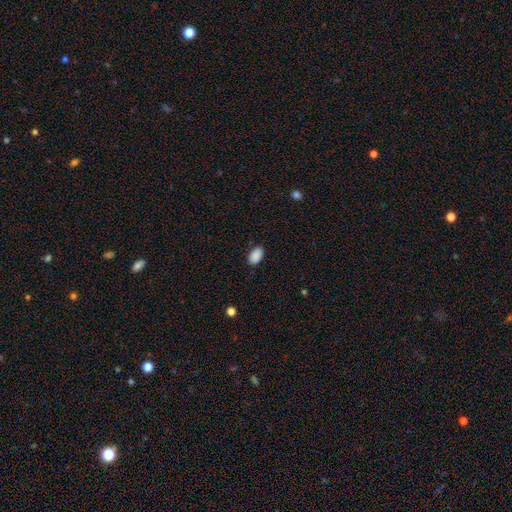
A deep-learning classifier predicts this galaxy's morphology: A smooth galaxy with no disk features (90%) that is in between round and cigar-shaped (92%). Merging: none (86%).